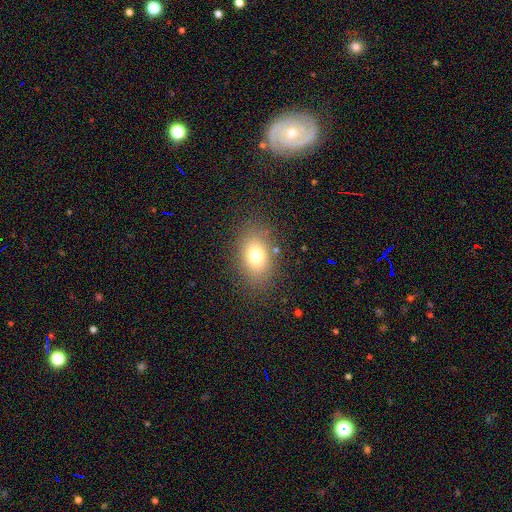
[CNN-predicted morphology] smooth_or_featured: smooth (p=0.74) [alt: star or artifact p=0.13]
how_rounded: in between (p=0.76) [alt: round p=0.22]
merging: none (p=0.83) [alt: minor disturbance p=0.11]